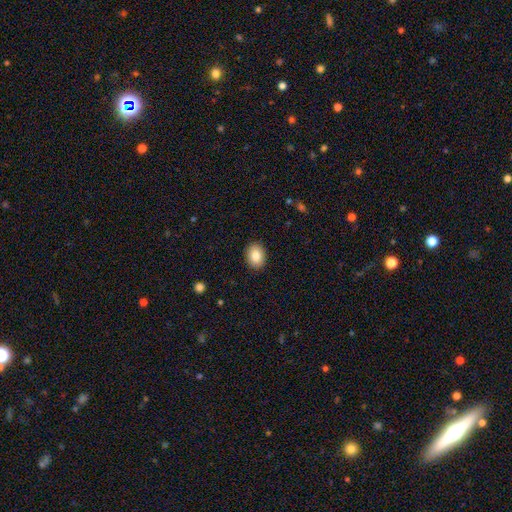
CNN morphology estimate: Smooth or featured? Predicted: smooth (p=0.85). How rounded? Predicted: in between (p=0.62). Merging? Predicted: none (p=0.90).